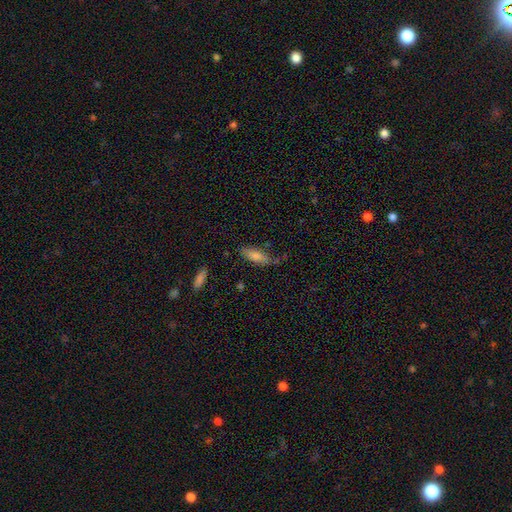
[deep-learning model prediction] smooth-or-featured: smooth: 75% | featured or disk: 16% | star or artifact: 8%
  how-rounded: in between: 60% | cigar-shaped: 37% | round: 2%
  merging: none: 63% | minor disturbance: 26% | major disturbance: 6% | merger: 4%